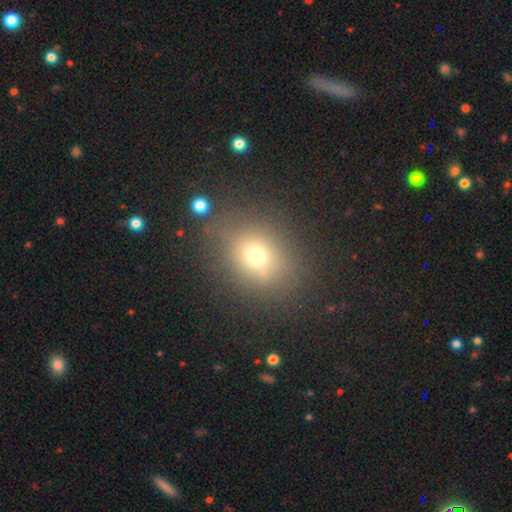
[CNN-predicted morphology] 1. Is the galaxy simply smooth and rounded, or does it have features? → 67% smooth, 19% star or artifact, 13% featured or disk.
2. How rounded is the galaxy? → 62% round, 36% in between, 1% cigar-shaped.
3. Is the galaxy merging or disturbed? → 77% none, 13% minor disturbance, 6% major disturbance, 3% merger.